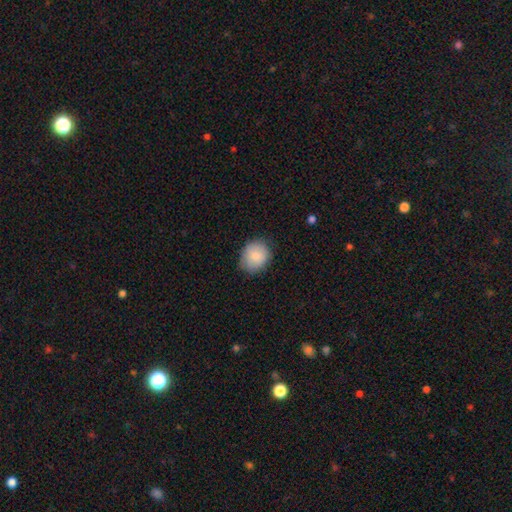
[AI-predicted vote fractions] The model was most divided on "how rounded": round: 69%, in between: 30%, cigar-shaped: 1%. More confident: smooth or featured — smooth (85%); merging — none (77%).